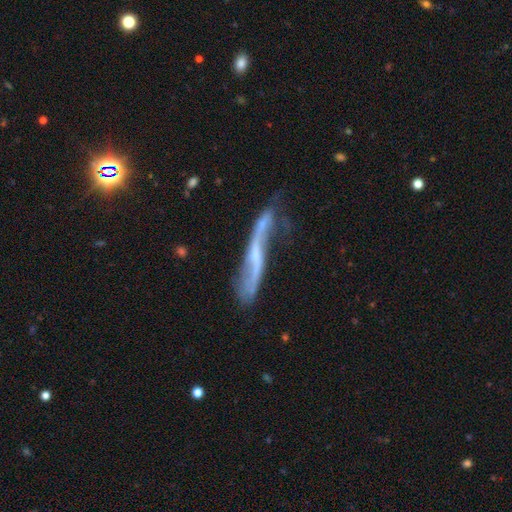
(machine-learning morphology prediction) A featured or disk galaxy (75%). Merging: none (43%).